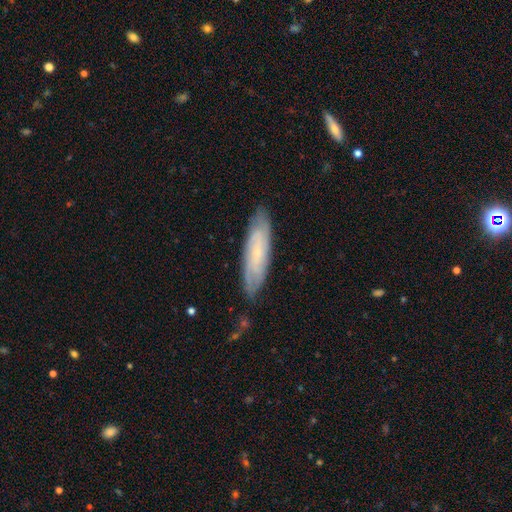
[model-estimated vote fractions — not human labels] featured or disk 49%, smooth 41%, star or artifact 10%. Down the decision tree: merging — none (80%).